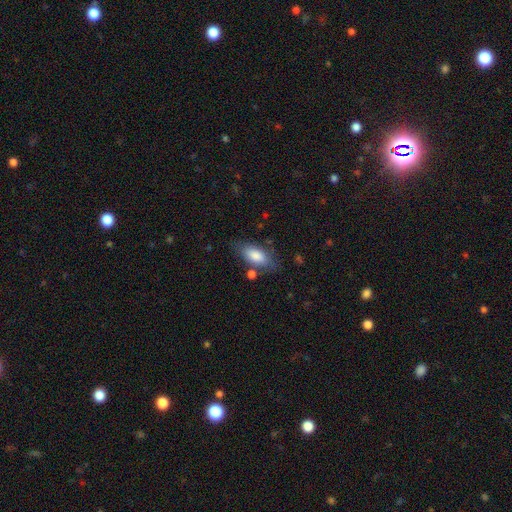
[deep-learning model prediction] smooth 81%, featured or disk 12%, star or artifact 6%. Down the decision tree: how rounded — in between (88%); merging — none (70%).